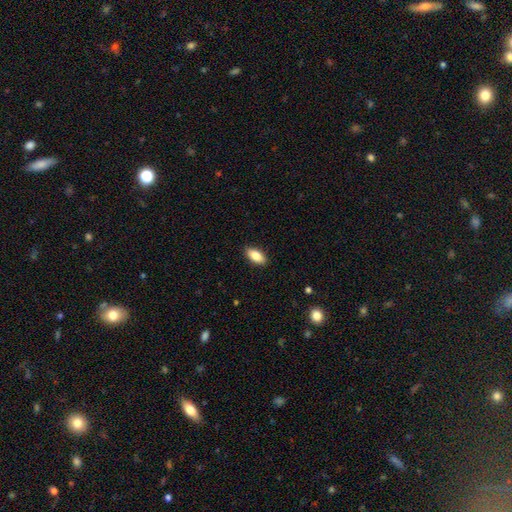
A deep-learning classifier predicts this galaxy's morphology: Smooth or featured? Predicted: smooth (p=0.84). How rounded? Predicted: in between (p=0.91). Merging? Predicted: none (p=0.89).